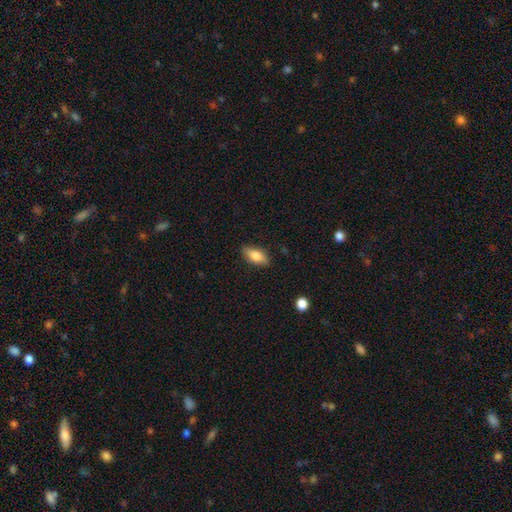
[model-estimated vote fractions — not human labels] A smooth galaxy with no disk features (81%) that is in between round and cigar-shaped (85%). Merging: none (85%).